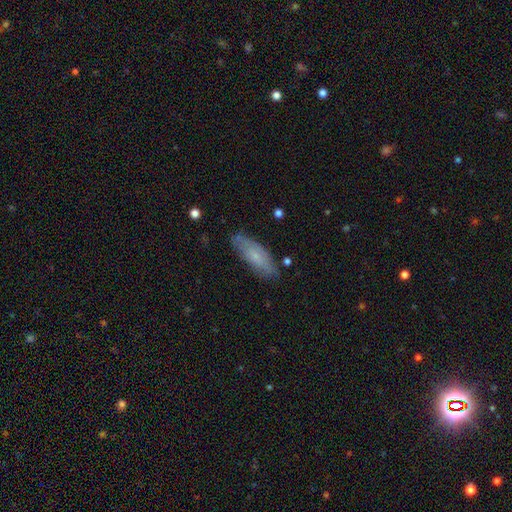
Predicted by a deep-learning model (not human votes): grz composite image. It shows a smooth galaxy with no disk features (59%) that is in between round and cigar-shaped (60%). Merging: none (76%).